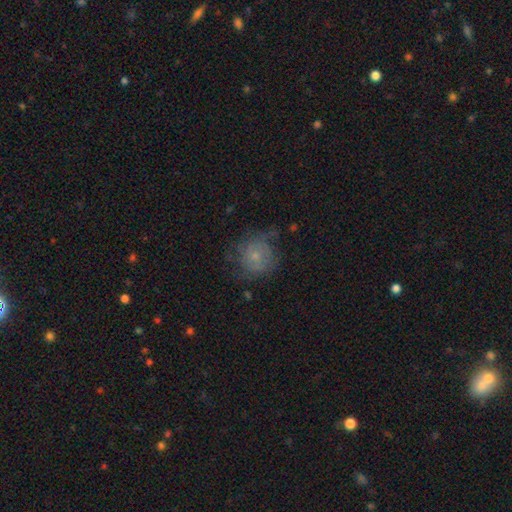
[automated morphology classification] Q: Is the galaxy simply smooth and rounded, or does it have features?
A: smooth — 53%.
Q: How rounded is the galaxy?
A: round — 86%.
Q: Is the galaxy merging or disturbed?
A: none — 57%.